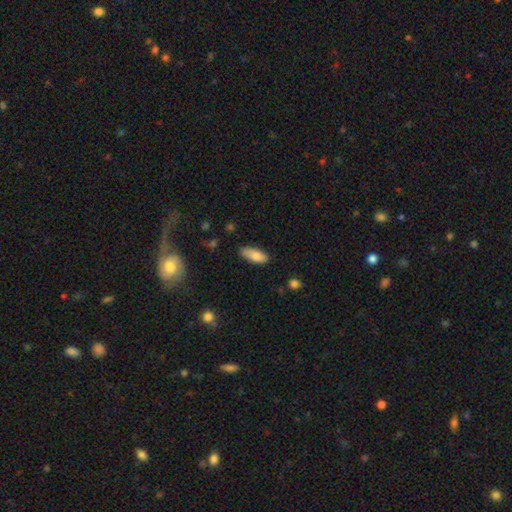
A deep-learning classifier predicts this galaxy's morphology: This appears to be a smooth galaxy with no disk features (80%) that is in between round and cigar-shaped (82%). Merging: none (76%).